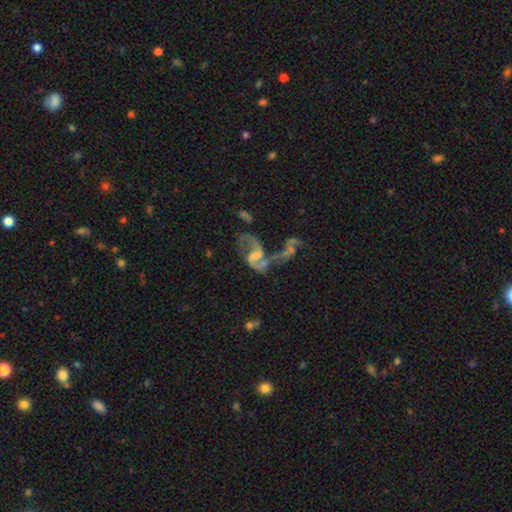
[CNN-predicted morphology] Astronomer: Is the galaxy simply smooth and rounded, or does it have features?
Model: featured or disk — 79%.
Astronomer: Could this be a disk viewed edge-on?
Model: no — 97%.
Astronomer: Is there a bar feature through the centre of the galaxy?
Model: weak — 45% (runner-up: no, 38%).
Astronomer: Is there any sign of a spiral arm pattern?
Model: yes — 85%.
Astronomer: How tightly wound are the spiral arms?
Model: loose — 72%.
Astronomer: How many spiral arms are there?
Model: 2 — 81%.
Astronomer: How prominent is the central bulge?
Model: none — 35% (runner-up: small, 33%).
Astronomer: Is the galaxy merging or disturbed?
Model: merger — 50%.